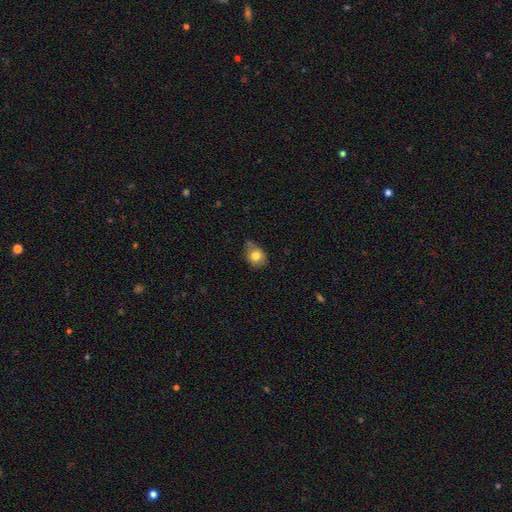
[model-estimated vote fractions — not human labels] smooth-or-featured: smooth: 79% | featured or disk: 11% | star or artifact: 10%
  how-rounded: round: 53% | in between: 46% | cigar-shaped: 1%
  merging: none: 59% | minor disturbance: 28% | merger: 7% | major disturbance: 6%